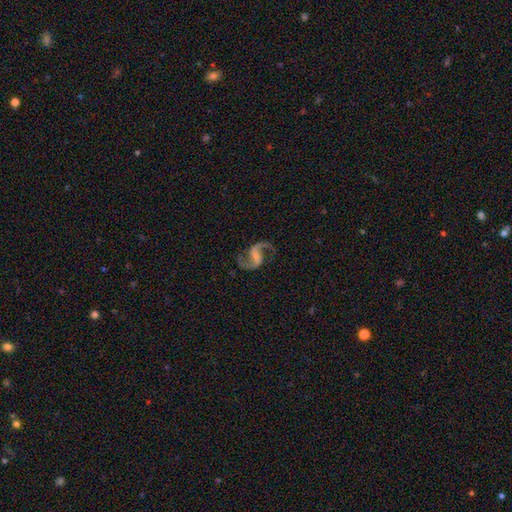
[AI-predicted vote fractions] This appears to be a featured or disk galaxy (92%) with a weak bar (47%), 2 (94%) loose (58%) spiral arms (98%) and a small central bulge (39%, tied with none). Merging: none (80%).